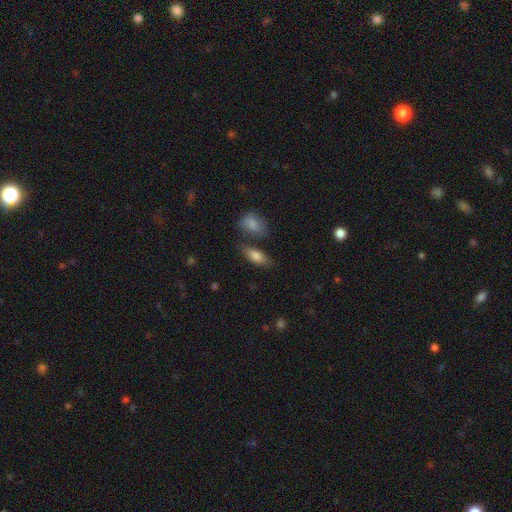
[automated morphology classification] This is clearly a smooth galaxy (81%). How rounded: likely in between (80%). Merging: likely none (65%).